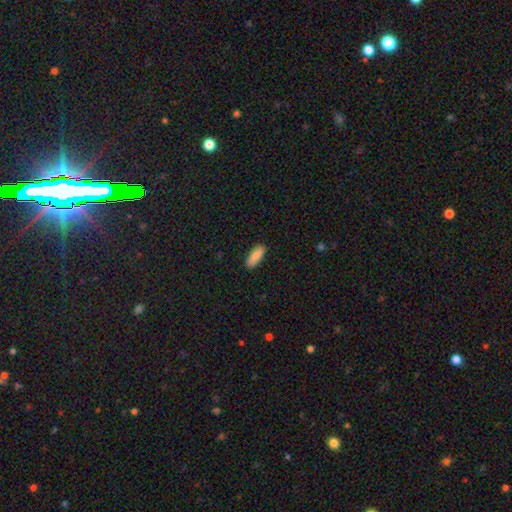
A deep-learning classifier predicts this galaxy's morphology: smooth 86%, featured or disk 8%, star or artifact 6%. Down the decision tree: how rounded — in between (71%); merging — none (89%).